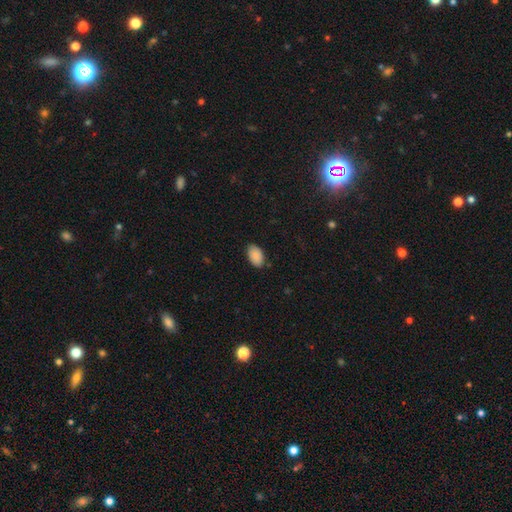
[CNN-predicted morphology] smooth-or-featured: smooth: 88% | star or artifact: 7% | featured or disk: 5%
  how-rounded: in between: 93% | round: 6% | cigar-shaped: 1%
  merging: none: 84% | minor disturbance: 13% | major disturbance: 2% | merger: 1%